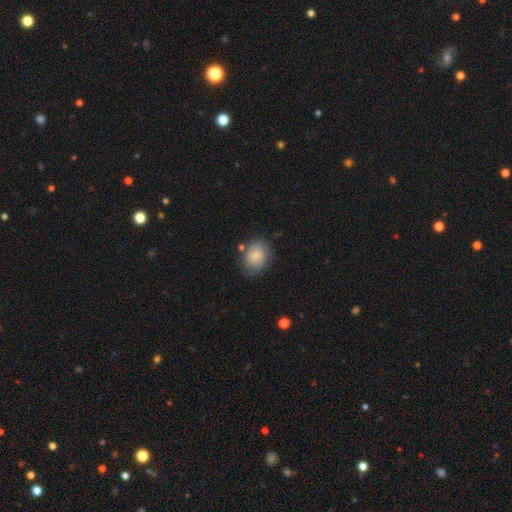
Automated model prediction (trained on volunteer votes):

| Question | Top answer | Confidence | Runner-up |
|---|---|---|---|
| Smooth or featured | smooth | 79% | featured or disk (13%) |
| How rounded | in between | 57% | round (42%) |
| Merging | none | 69% | minor disturbance (21%) |